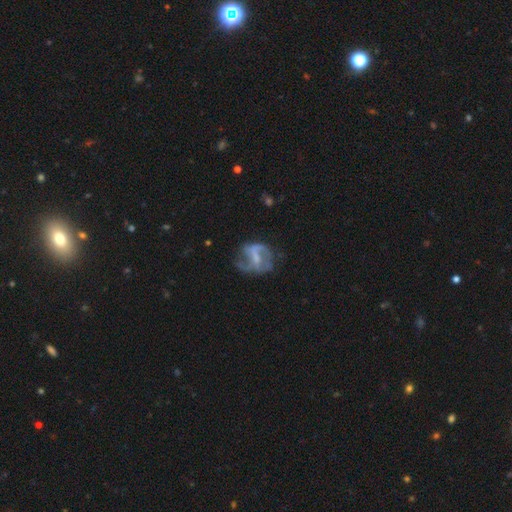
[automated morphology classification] Smooth or featured? Predicted: featured or disk (p=0.72). Edge-on disk? Predicted: no (p=0.97). Bar? Predicted: weak (p=0.44). Spiral arms? Predicted: yes (p=0.73). Spiral winding? Predicted: loose (p=0.49). Spiral arm count? Predicted: 2 (p=0.63). Bulge size? Predicted: small (p=0.39). Merging? Predicted: none (p=0.48).